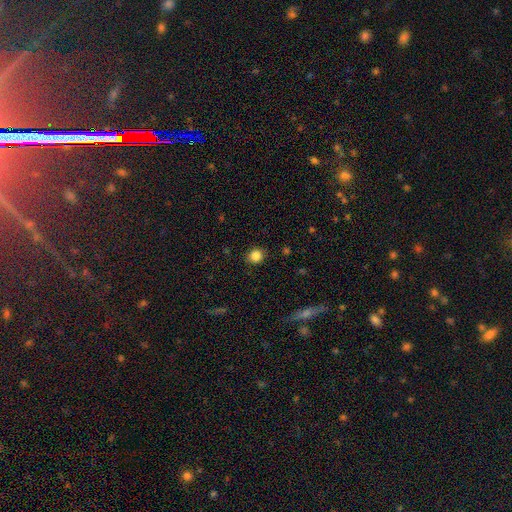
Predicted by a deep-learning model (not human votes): Smooth or featured: smooth — 85% (star or artifact — 11%)
How rounded: round — 81% (in between — 18%)
Merging: none — 89% (minor disturbance — 8%)